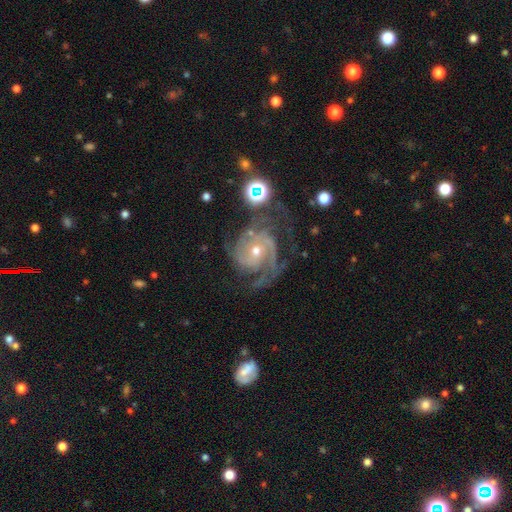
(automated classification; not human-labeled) Smooth or featured? Predicted: featured or disk (p=0.77). Edge-on disk? Predicted: no (p=0.97). Bar? Predicted: no (p=0.62). Spiral arms? Predicted: yes (p=0.94). Spiral winding? Predicted: tight (p=0.66). Spiral arm count? Predicted: 2 (p=0.43). Bulge size? Predicted: small (p=0.59). Merging? Predicted: none (p=0.67).